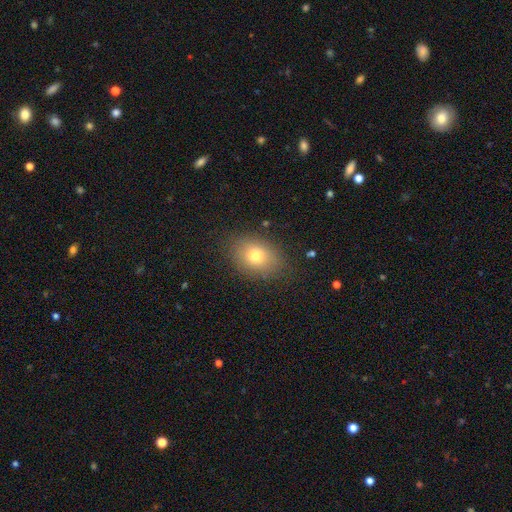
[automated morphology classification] This is likely a smooth galaxy (75%). How rounded: likely in between (64%). Merging: clearly none (83%).